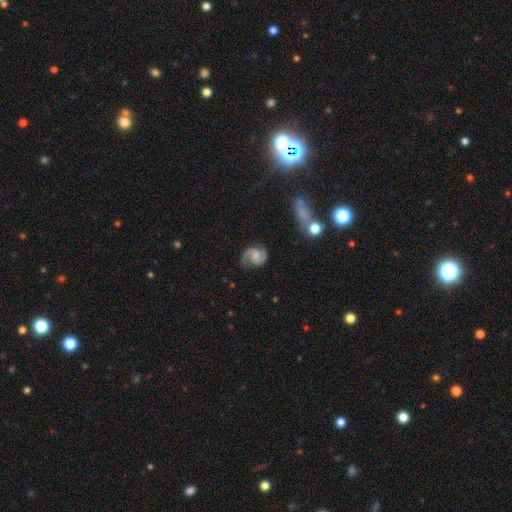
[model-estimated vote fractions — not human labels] A featured or disk galaxy (88%) with no bar (50%), 2 (93%) medium (59%) spiral arms (98%) and a small central bulge (42%). Merging: none (78%).